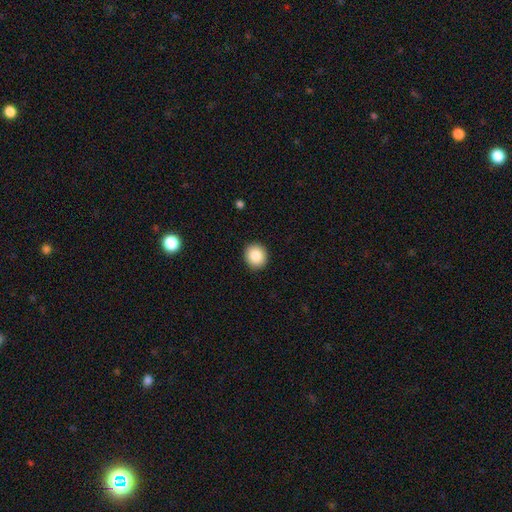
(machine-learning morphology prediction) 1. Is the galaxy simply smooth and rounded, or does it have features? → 86% smooth, 9% star or artifact, 6% featured or disk.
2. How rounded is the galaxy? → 86% round, 13% in between, 1% cigar-shaped.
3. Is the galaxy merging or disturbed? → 92% none, 6% minor disturbance, 2% major disturbance, 1% merger.